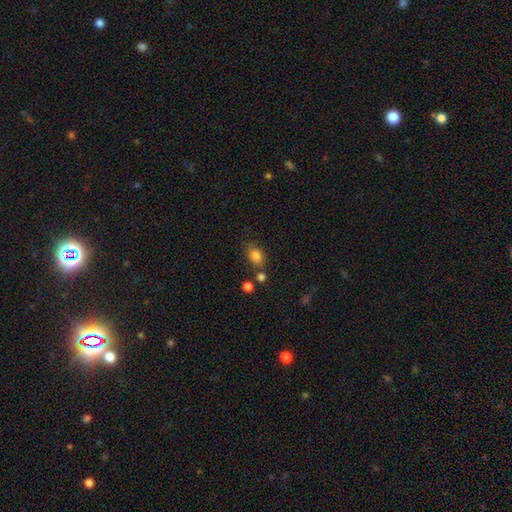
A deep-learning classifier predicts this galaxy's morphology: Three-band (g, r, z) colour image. It shows a smooth galaxy with no disk features (83%) that is in between round and cigar-shaped (78%). Merging: none (71%).